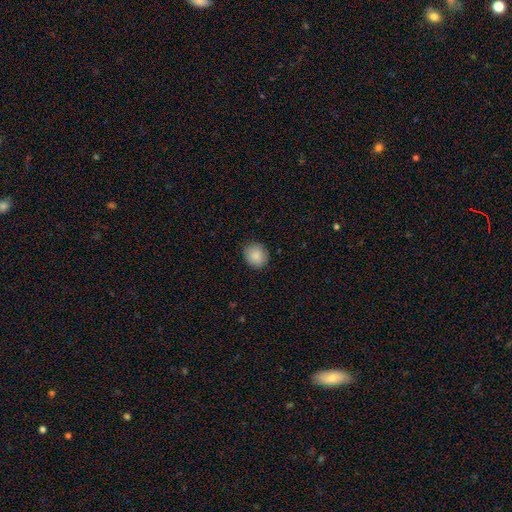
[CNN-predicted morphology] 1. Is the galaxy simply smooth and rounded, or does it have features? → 87% smooth, 8% star or artifact, 5% featured or disk.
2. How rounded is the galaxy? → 81% round, 18% in between, 1% cigar-shaped.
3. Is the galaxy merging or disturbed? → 86% none, 11% minor disturbance, 2% major disturbance, 1% merger.